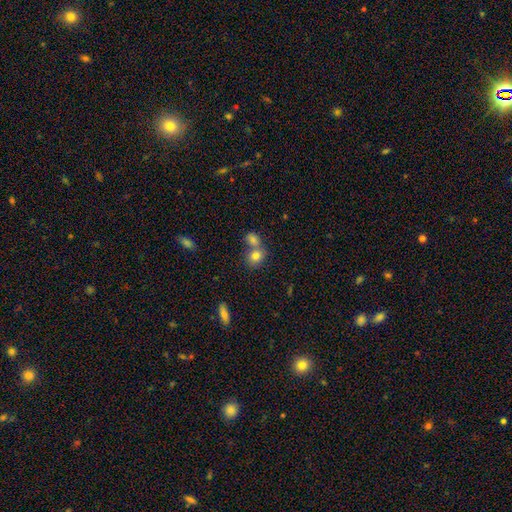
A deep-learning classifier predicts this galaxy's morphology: A smooth galaxy with no disk features (79%) that is round (63%). Merging: merger (46%).